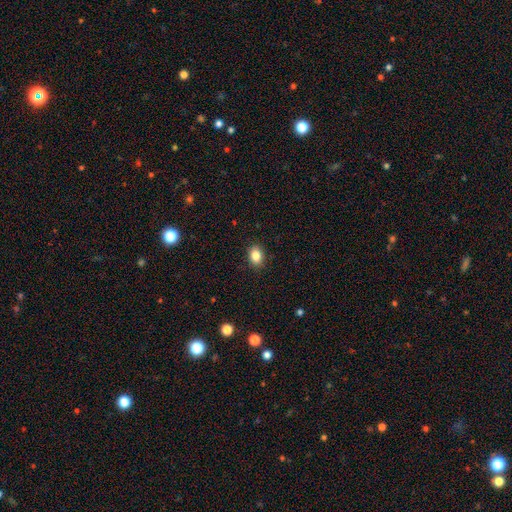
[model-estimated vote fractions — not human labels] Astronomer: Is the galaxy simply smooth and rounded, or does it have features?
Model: smooth — 85%.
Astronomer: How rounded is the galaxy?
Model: in between — 70%.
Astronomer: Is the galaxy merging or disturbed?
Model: none — 89%.